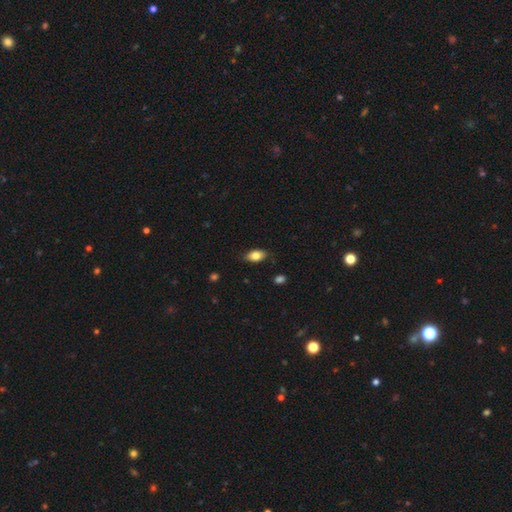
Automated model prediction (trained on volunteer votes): Smooth or featured? smooth (82%)
How rounded? in between (90%)
Merging? none (84%)